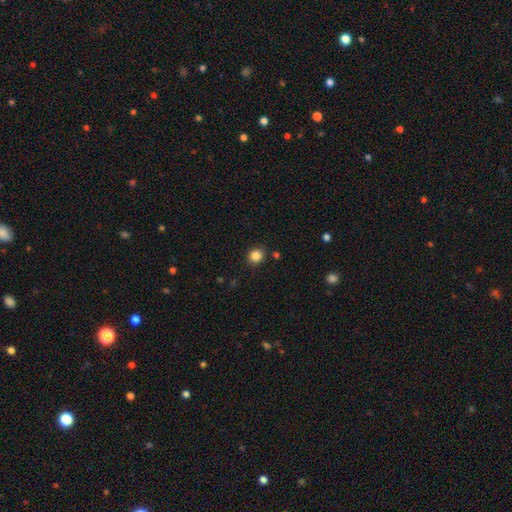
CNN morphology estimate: Q: Smooth or featured?
A: smooth (85%); runner-up: star or artifact (11%)
Q: How rounded?
A: round (84%); runner-up: in between (15%)
Q: Merging?
A: none (88%); runner-up: minor disturbance (8%)